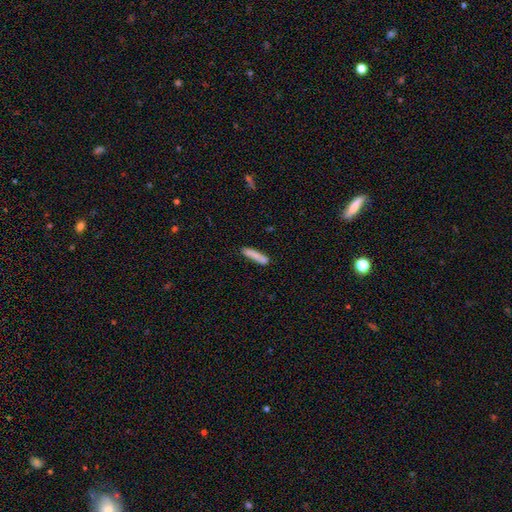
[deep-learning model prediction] Smooth or featured? Predicted: smooth (p=0.81). How rounded? Predicted: cigar-shaped (p=0.88). Merging? Predicted: none (p=0.79).